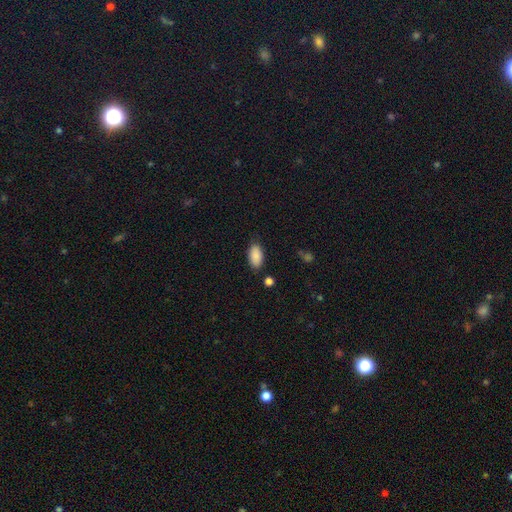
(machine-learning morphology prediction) smooth 89%, star or artifact 7%, featured or disk 4%. Down the decision tree: how rounded — in between (94%); merging — none (82%).